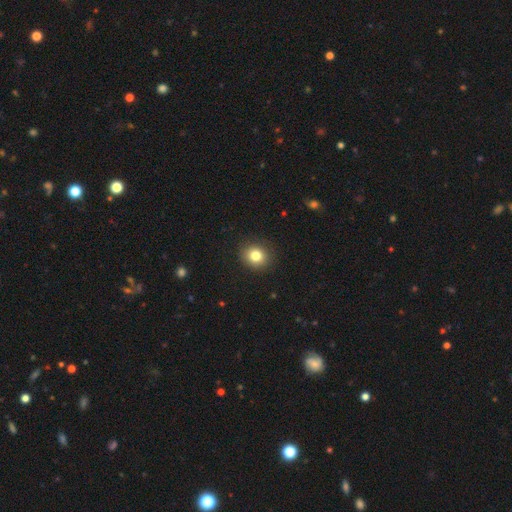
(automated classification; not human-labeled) Smooth or featured?
  - smooth: 82% *
  - star or artifact: 11%
  - featured or disk: 7%
How rounded?
  - round: 79% *
  - in between: 21%
  - cigar-shaped: 1%
Merging?
  - none: 90% *
  - minor disturbance: 7%
  - major disturbance: 2%
  - merger: 1%